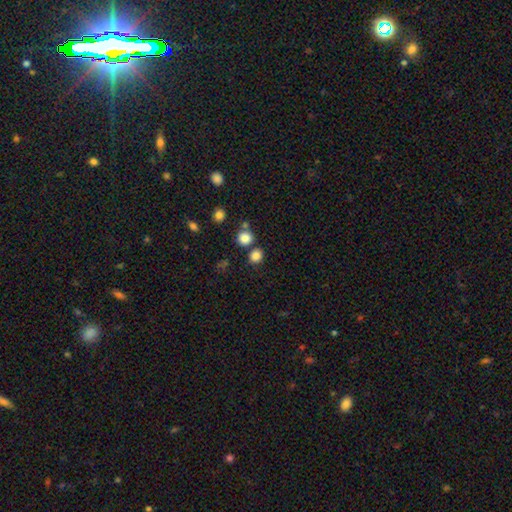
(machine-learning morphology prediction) Smooth or featured? smooth (83%)
How rounded? round (78%)
Merging? none (74%)